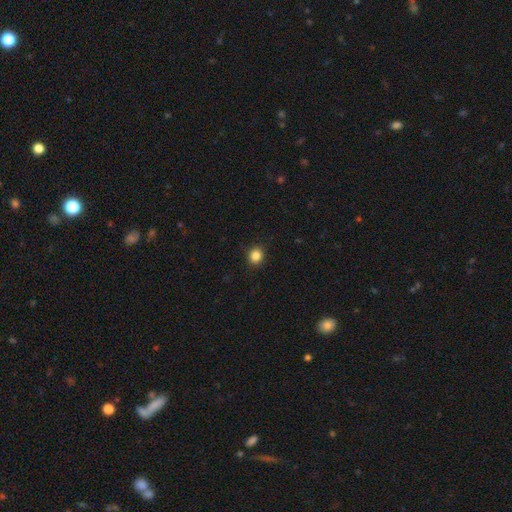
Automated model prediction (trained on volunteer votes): The model was most divided on "how rounded": round: 84%, in between: 15%, cigar-shaped: 1%. More confident: merging — none (91%); smooth or featured — smooth (86%).